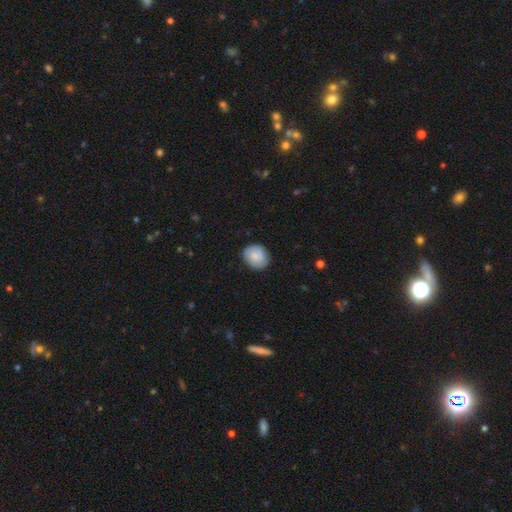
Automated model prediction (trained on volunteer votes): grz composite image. It shows a smooth galaxy with no disk features (75%) that is round (70%). Merging: none (81%).